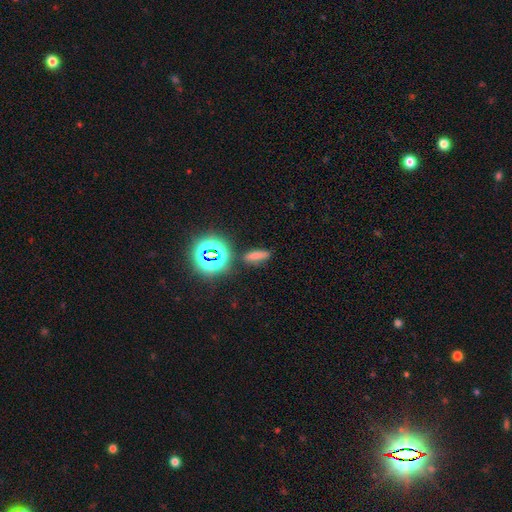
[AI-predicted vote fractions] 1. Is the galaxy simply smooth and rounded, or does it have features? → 65% smooth, 26% star or artifact, 10% featured or disk.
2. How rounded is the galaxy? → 51% cigar-shaped, 40% in between, 9% round.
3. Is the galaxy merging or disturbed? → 78% none, 12% minor disturbance, 6% merger, 4% major disturbance.